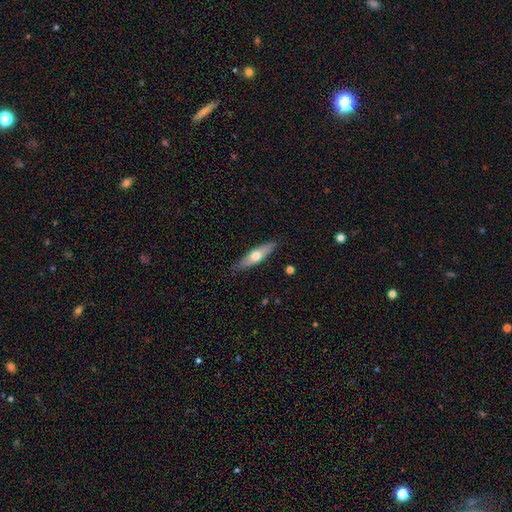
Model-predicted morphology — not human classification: A smooth galaxy with no disk features (52%) that is cigar-shaped (62%).

Vote fractions:
- Smooth or featured? smooth: 52% / featured or disk: 42% / star or artifact: 6%
- How rounded? cigar-shaped: 62% / in between: 36% / round: 2%
- Merging? none: 85% / minor disturbance: 12% / major disturbance: 2% / merger: 1%